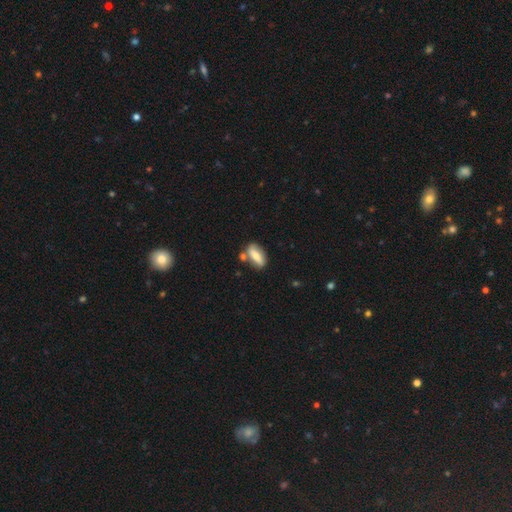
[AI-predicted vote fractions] Morphology: type=smooth (67%); roundness=in between (70%); merging=none (68%).